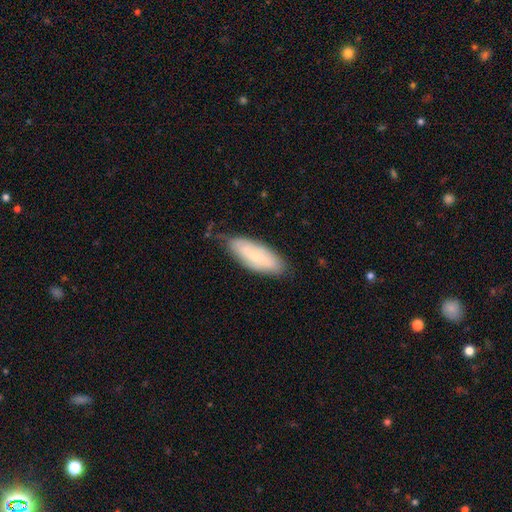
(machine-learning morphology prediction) A smooth galaxy with no disk features (56%) that is in between round and cigar-shaped (74%). Merging: none (72%).